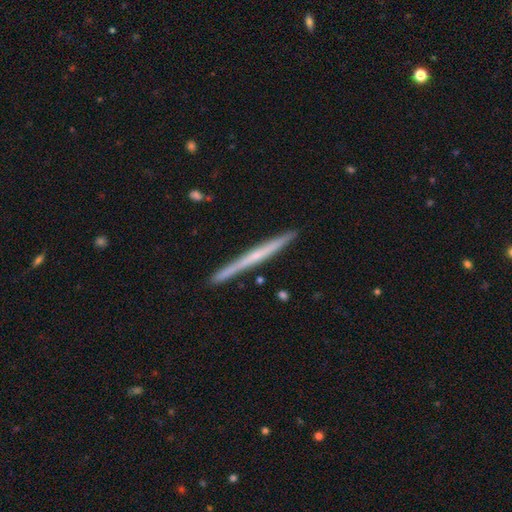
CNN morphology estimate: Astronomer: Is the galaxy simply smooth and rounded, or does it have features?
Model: featured or disk — 57% (runner-up: smooth, 37%).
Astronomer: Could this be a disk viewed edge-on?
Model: yes — 98%.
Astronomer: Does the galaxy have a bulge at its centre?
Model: none — 74%.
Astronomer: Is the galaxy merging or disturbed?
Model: none — 90%.